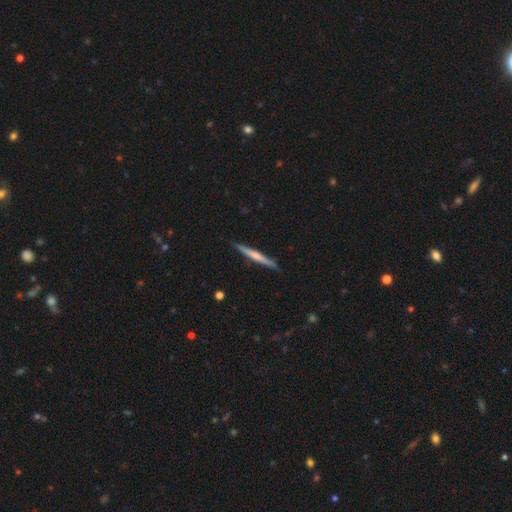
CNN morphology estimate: This is possibly a featured or disk galaxy (50%). It is clearly viewed edge-on (97%). Merging: clearly none (90%).